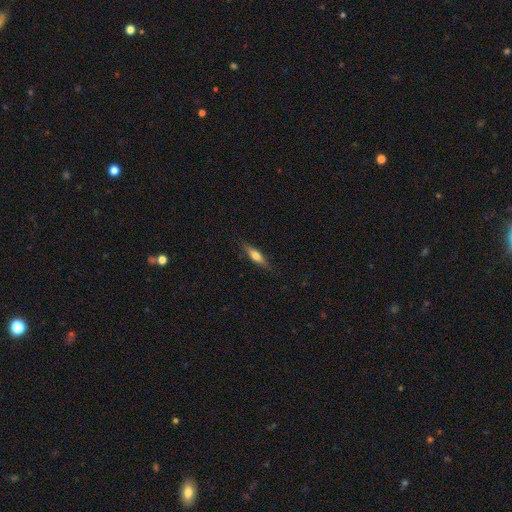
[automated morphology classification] smooth-or-featured: featured or disk: 47% (tied) | smooth: 47% (tied) | star or artifact: 6%
  merging: none: 84% | minor disturbance: 12% | major disturbance: 3% | merger: 1%